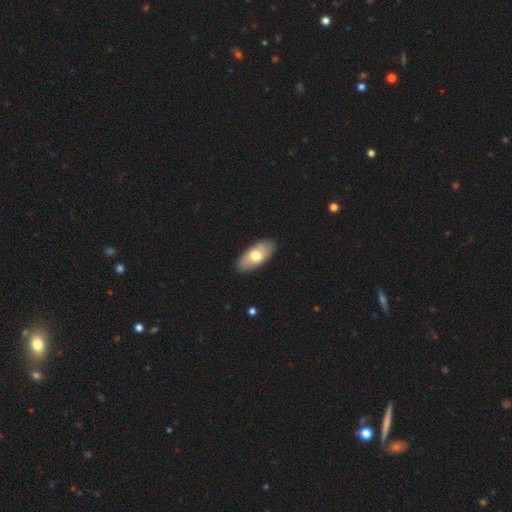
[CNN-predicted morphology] smooth_or_featured: smooth (p=0.68) [alt: featured or disk p=0.26]
how_rounded: in between (p=0.91) [alt: cigar-shaped p=0.06]
merging: none (p=0.88) [alt: minor disturbance p=0.09]